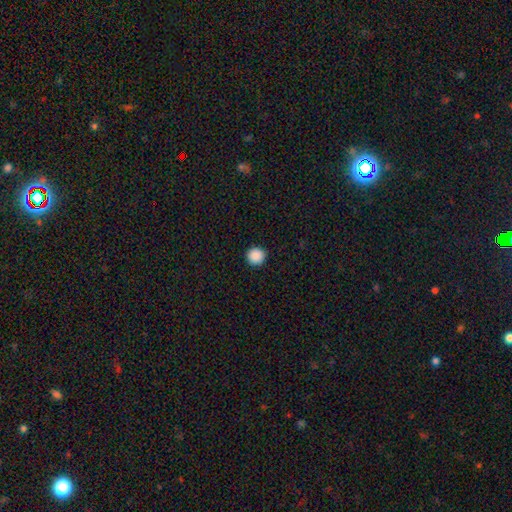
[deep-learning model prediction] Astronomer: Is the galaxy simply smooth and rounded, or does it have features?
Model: smooth — 89%.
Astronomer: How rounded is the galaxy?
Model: round — 96%.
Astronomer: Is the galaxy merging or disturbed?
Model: none — 93%.